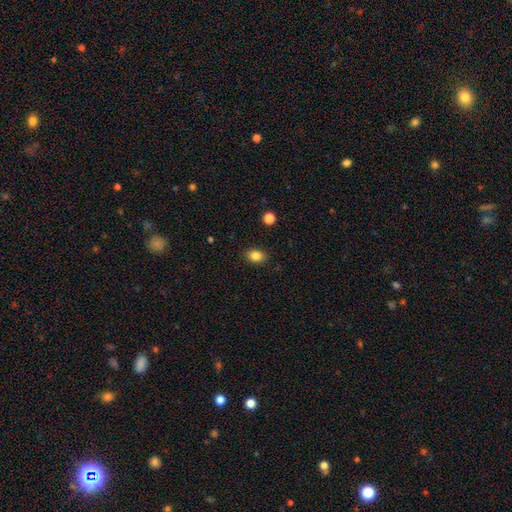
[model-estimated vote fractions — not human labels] Q: Smooth or featured?
A: smooth (84%); runner-up: star or artifact (10%)
Q: How rounded?
A: in between (69%); runner-up: round (30%)
Q: Merging?
A: none (89%); runner-up: minor disturbance (8%)